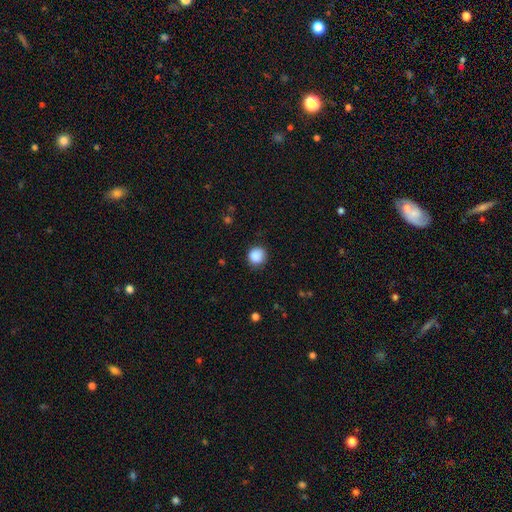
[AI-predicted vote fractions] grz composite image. It shows a smooth galaxy with no disk features (88%) that is round (90%). Merging: none (86%).